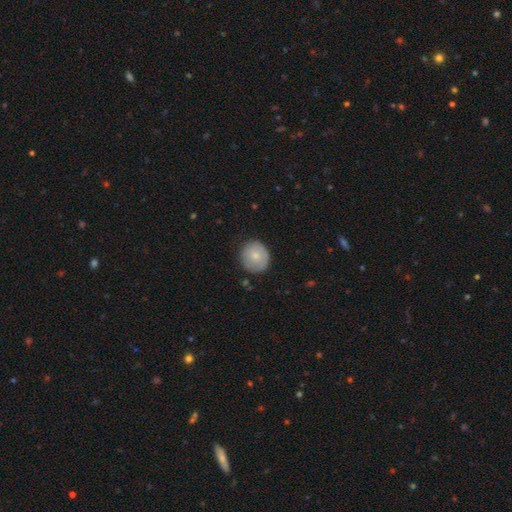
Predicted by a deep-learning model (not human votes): A smooth galaxy with no disk features (76%) that is round (84%).

Vote fractions:
- Smooth or featured? smooth: 76% / featured or disk: 17% / star or artifact: 7%
- How rounded? round: 84% / in between: 15% / cigar-shaped: 1%
- Merging? none: 81% / minor disturbance: 14% / major disturbance: 3% / merger: 1%